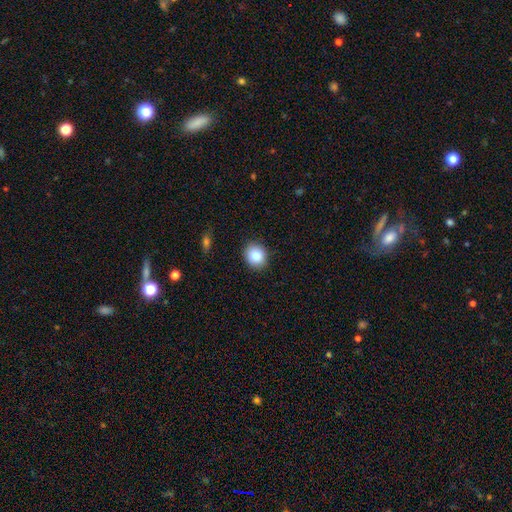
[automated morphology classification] Smooth or featured: smooth — 84% (star or artifact — 9%)
How rounded: round — 74% (in between — 25%)
Merging: none — 90% (minor disturbance — 7%)